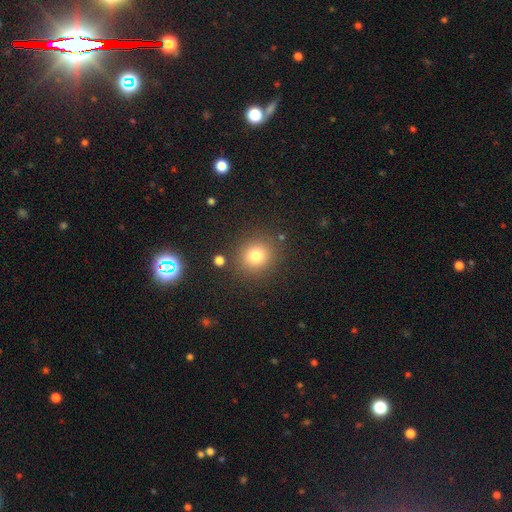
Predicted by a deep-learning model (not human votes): A smooth galaxy with no disk features (78%) that is round (88%).

Vote fractions:
- Smooth or featured? smooth: 78% / star or artifact: 14% / featured or disk: 8%
- How rounded? round: 88% / in between: 11% / cigar-shaped: 1%
- Merging? none: 86% / minor disturbance: 8% / major disturbance: 3% / merger: 3%